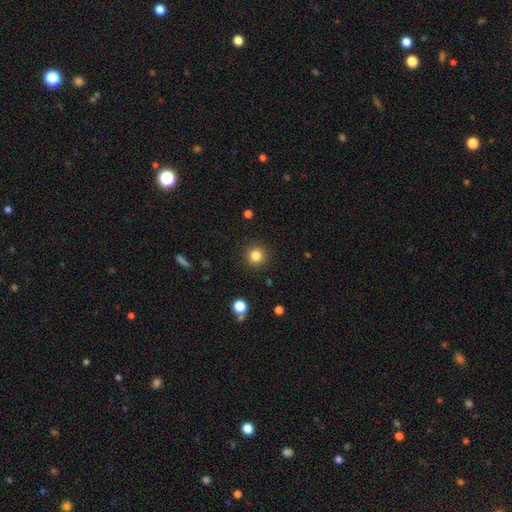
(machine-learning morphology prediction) smooth_or_featured: smooth (p=0.83) [alt: star or artifact p=0.12]
how_rounded: round (p=0.95) [alt: in between p=0.04]
merging: none (p=0.91) [alt: minor disturbance p=0.06]